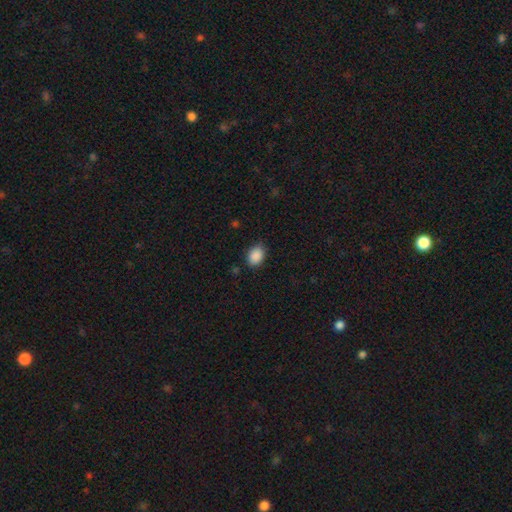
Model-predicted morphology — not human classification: This appears to be a smooth galaxy with no disk features (89%) that is in between round and cigar-shaped (76%). Merging: none (82%).